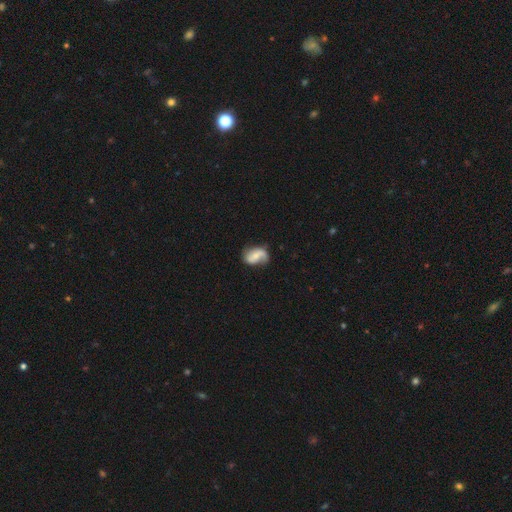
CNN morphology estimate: featured or disk 61%, smooth 32%, star or artifact 7%. Down the decision tree: edge-on disk — no (97%); bar — no (48%); spiral arms — yes (88%); spiral arm count — 2 (67%); spiral winding — loose (54%); bulge size — small (49%); merging — none (55%).